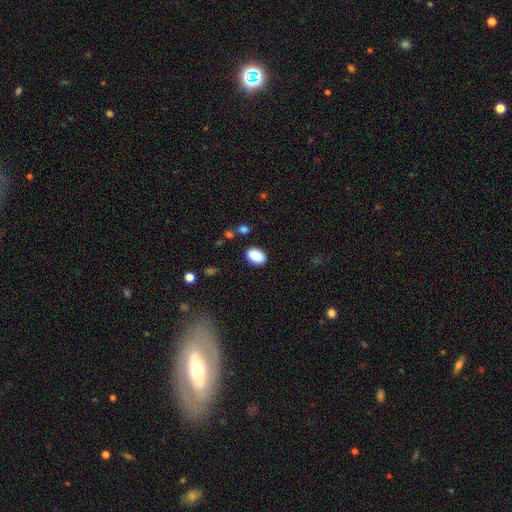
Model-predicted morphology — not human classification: This is clearly a smooth galaxy (90%). How rounded: clearly in between (88%). Merging: clearly none (84%).